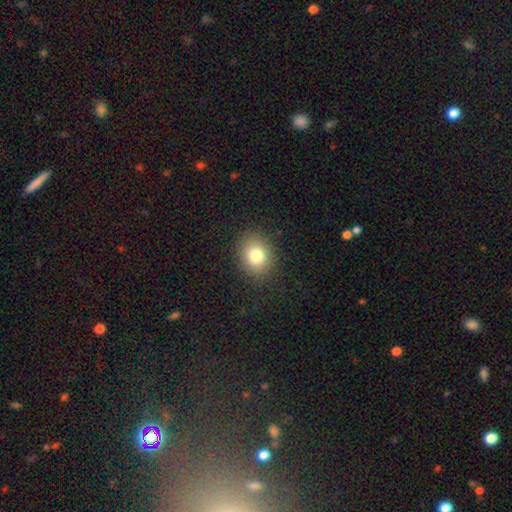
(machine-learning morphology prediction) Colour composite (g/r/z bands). It shows a smooth galaxy with no disk features (80%) that is round (61%). Merging: none (88%).